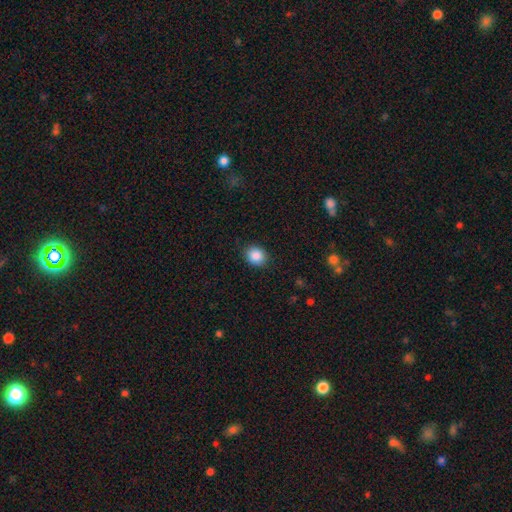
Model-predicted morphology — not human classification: smooth-or-featured: smooth: 88% | star or artifact: 9% | featured or disk: 3%
  how-rounded: round: 66% | in between: 34% | cigar-shaped: 1%
  merging: none: 87% | minor disturbance: 9% | major disturbance: 3% | merger: 1%